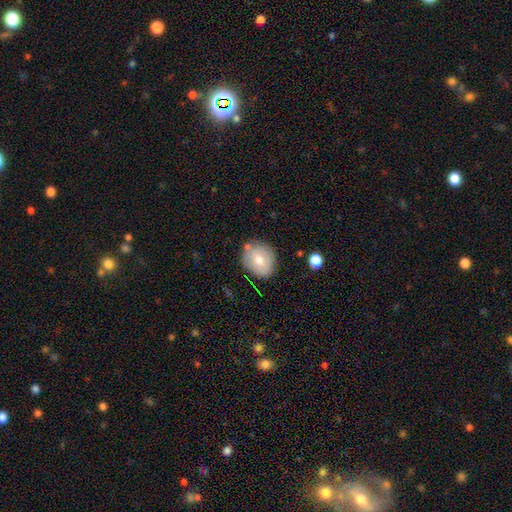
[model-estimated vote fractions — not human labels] Morphology: type=smooth (66%); roundness=round (69%); merging=none (75%).